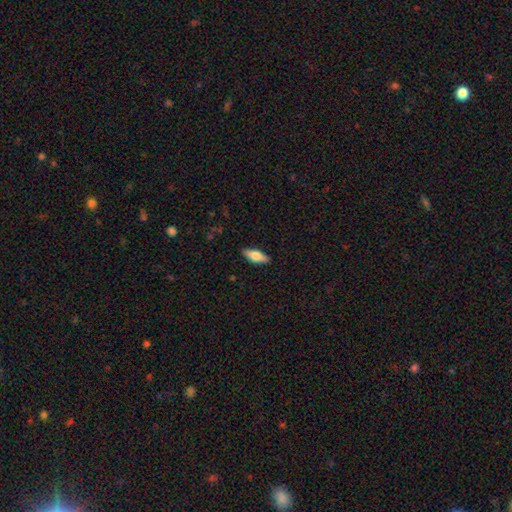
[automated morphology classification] This is likely a smooth galaxy (68%). How rounded: likely in between (70%). Merging: clearly none (88%).